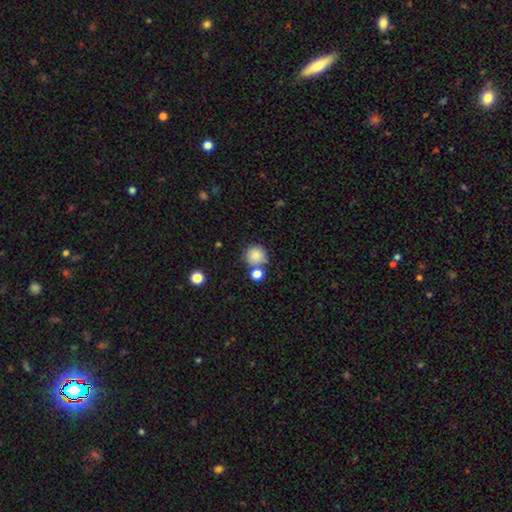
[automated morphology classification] This is clearly a smooth galaxy (83%). How rounded: clearly round (93%). Merging: likely none (67%).